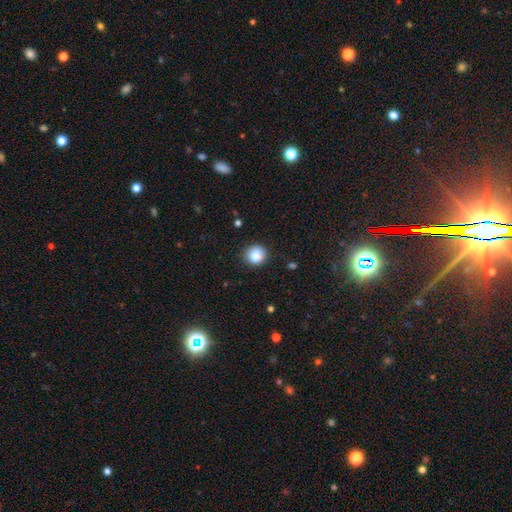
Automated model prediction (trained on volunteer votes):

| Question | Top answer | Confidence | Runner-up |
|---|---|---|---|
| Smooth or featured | smooth | 85% | star or artifact (10%) |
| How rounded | round | 90% | in between (9%) |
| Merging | none | 88% | minor disturbance (9%) |